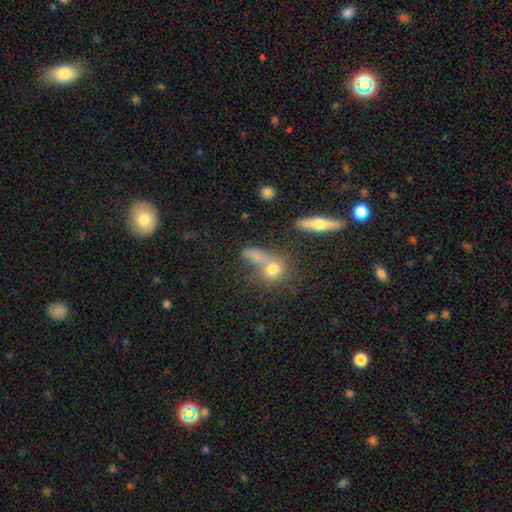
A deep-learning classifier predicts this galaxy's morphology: Smooth or featured: smooth — 67% (star or artifact — 18%)
How rounded: in between — 47% (round — 40%)
Merging: merger — 43% (none — 40%)